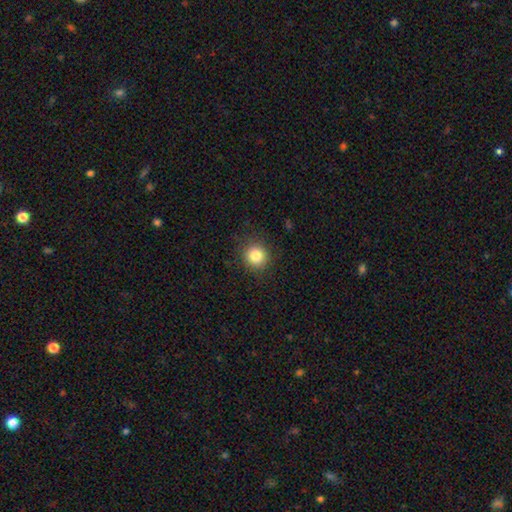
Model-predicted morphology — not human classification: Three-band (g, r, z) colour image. It shows a smooth galaxy with no disk features (83%) that is round (91%). Merging: none (89%).